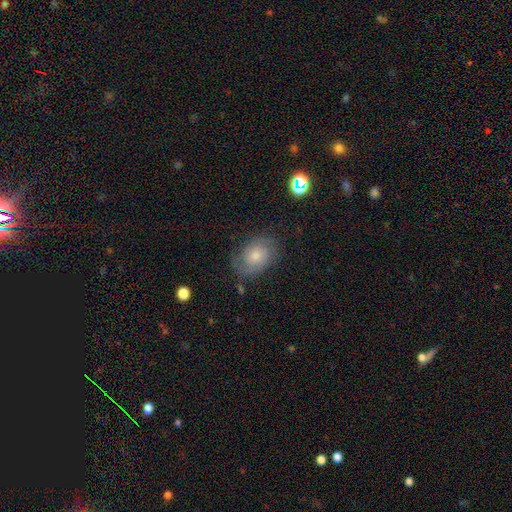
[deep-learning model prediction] featured or disk 60%, smooth 28%, star or artifact 13%. Down the decision tree: edge-on disk — no (97%); bar — no (74%); spiral arms — yes (89%); spiral arm count — 2 (61%); spiral winding — tight (54%); bulge size — moderate (47%); merging — none (75%).